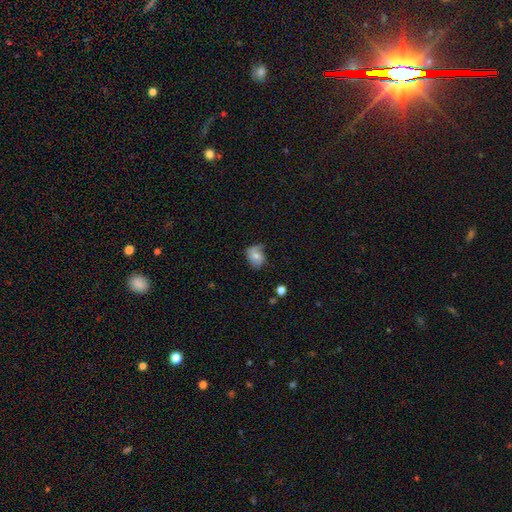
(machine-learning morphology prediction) A smooth galaxy with no disk features (59%) that is in between round and cigar-shaped (54%). Merging: none (48%).